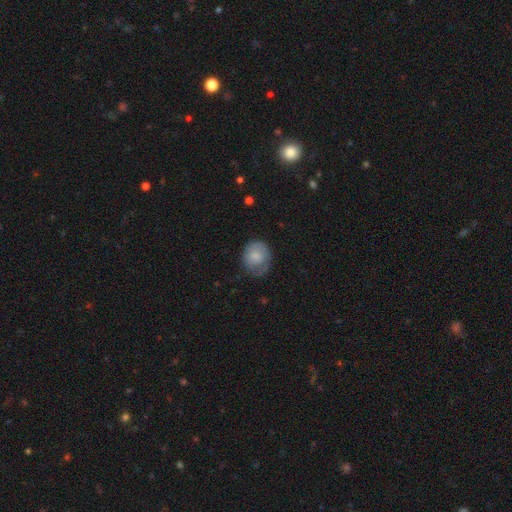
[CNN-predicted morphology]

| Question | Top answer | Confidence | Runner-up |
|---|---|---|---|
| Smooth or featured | smooth | 74% | featured or disk (18%) |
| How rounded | round | 66% | in between (34%) |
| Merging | none | 56% | minor disturbance (29%) |